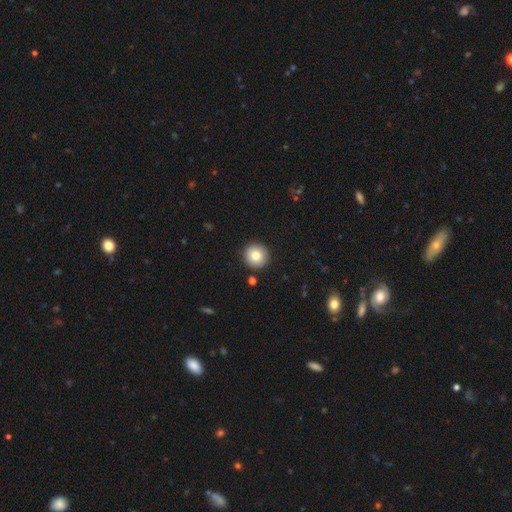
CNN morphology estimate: The model was most divided on "smooth or featured": smooth: 80%, featured or disk: 11%, star or artifact: 9%. More confident: how rounded — round (96%); merging — none (91%).